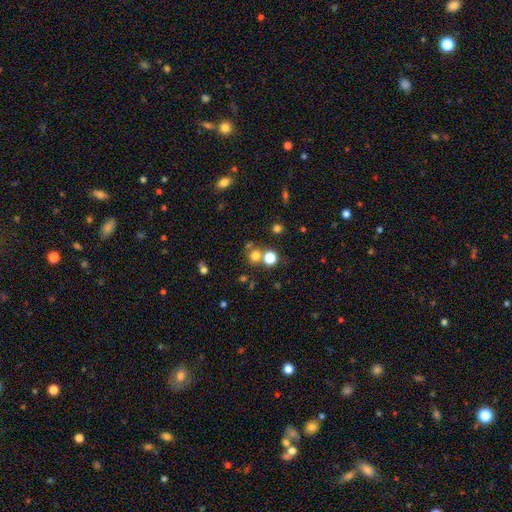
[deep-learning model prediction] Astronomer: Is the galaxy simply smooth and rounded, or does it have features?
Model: smooth — 71%.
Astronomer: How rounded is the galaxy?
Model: round — 87%.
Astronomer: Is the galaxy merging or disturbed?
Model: none — 65%.